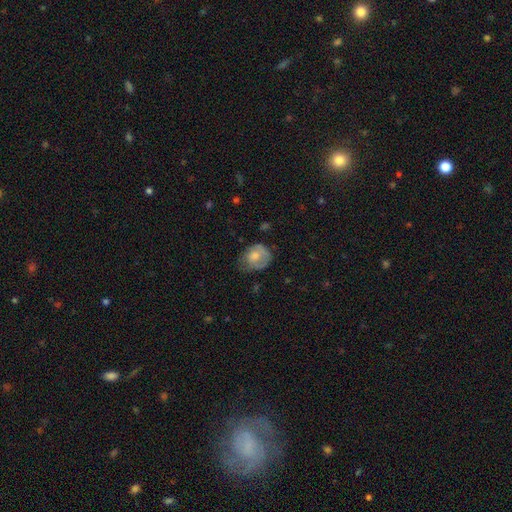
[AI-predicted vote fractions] A smooth galaxy with no disk features (64%) that is round (55%).

Vote fractions:
- Smooth or featured? smooth: 64% / featured or disk: 29% / star or artifact: 7%
- How rounded? round: 55% / in between: 44% / cigar-shaped: 1%
- Merging? none: 45% / minor disturbance: 34% / major disturbance: 19% / merger: 2%